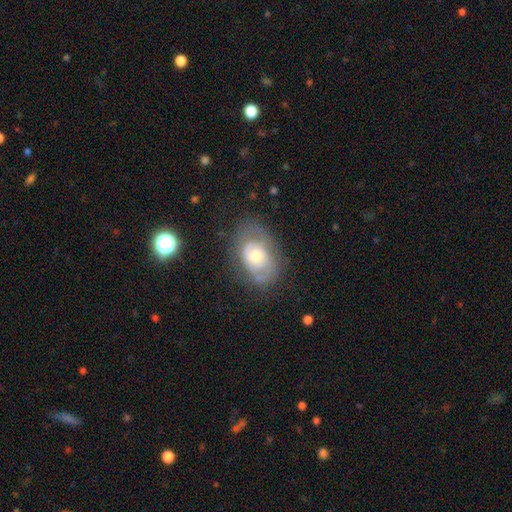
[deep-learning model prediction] smooth_or_featured: featured or disk (p=0.59) [alt: smooth p=0.33]
disk_edge_on: no (p=0.94) [alt: yes p=0.06]
bar: no (p=0.81) [alt: weak p=0.16]
has_spiral_arms: yes (p=0.53) [alt: no p=0.47]
bulge_size: moderate (p=0.59) [alt: small p=0.32]
merging: none (p=0.60) [alt: minor disturbance p=0.23]